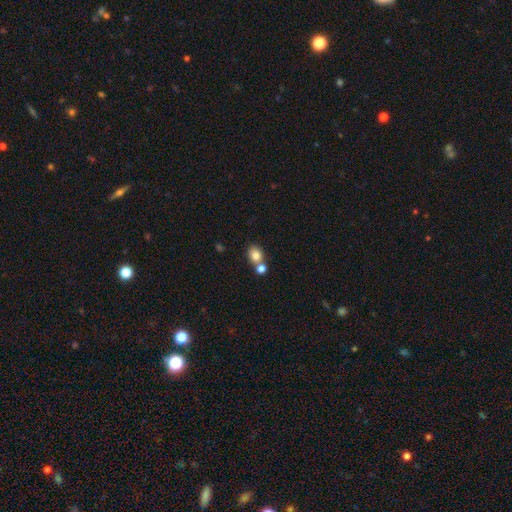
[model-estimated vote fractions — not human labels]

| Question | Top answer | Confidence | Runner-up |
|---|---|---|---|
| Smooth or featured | smooth | 82% | star or artifact (10%) |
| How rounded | round | 58% | in between (41%) |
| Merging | none | 52% | merger (37%) |